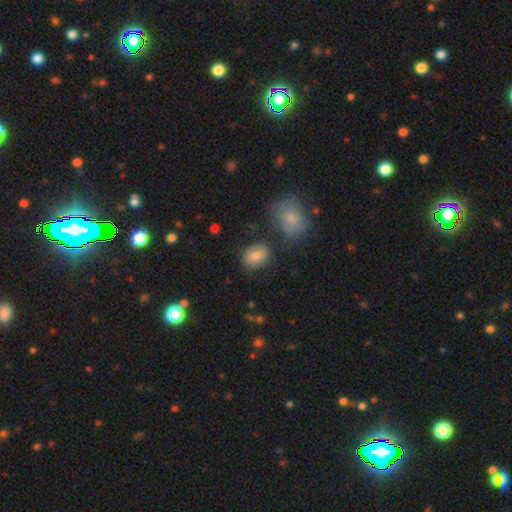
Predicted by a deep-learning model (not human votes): Smooth or featured: smooth — 75% (featured or disk — 16%)
How rounded: round — 52% (in between — 47%)
Merging: none — 77% (minor disturbance — 13%)